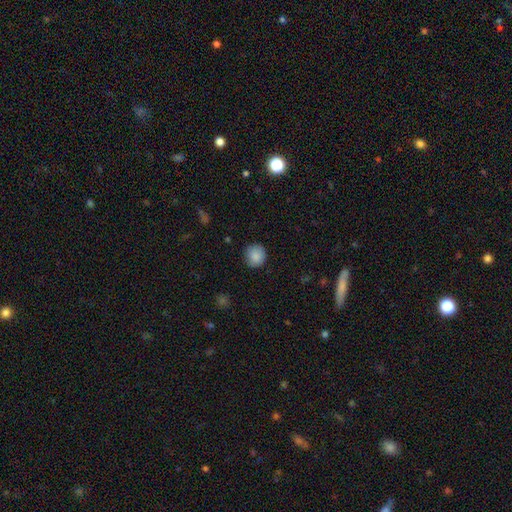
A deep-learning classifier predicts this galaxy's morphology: smooth-or-featured: smooth: 88% | star or artifact: 8% | featured or disk: 4%
  how-rounded: round: 87% | in between: 12% | cigar-shaped: 1%
  merging: none: 86% | minor disturbance: 11% | major disturbance: 2% | merger: 1%